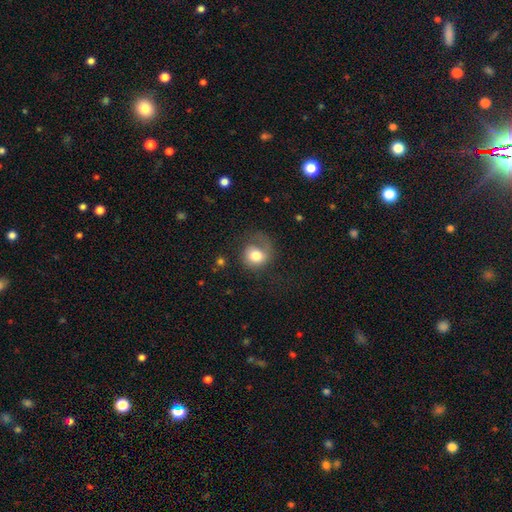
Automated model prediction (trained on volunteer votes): smooth-or-featured: smooth: 68% | featured or disk: 23% | star or artifact: 9%
  how-rounded: round: 74% | in between: 25% | cigar-shaped: 1%
  merging: none: 40% | major disturbance: 33% | minor disturbance: 24% | merger: 2%